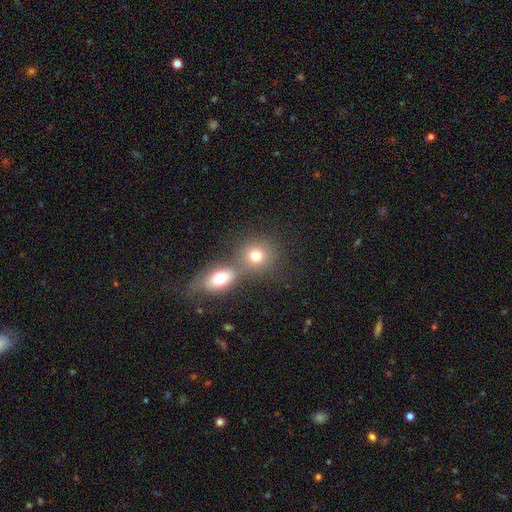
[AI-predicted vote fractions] Morphology: type=smooth (74%); roundness=round (78%); merging=none (47%).